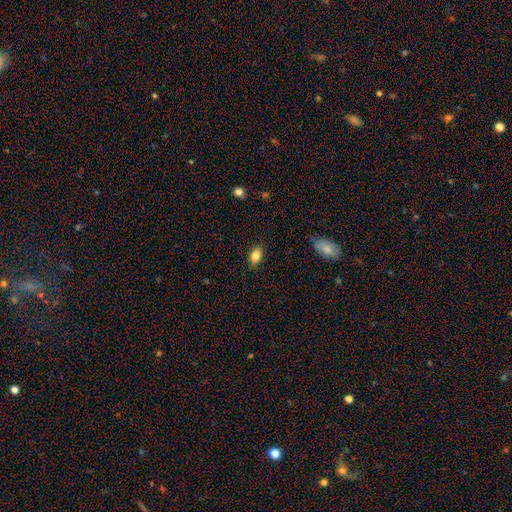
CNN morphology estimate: Smooth or featured? Predicted: smooth (p=0.83). How rounded? Predicted: in between (p=0.81). Merging? Predicted: none (p=0.86).